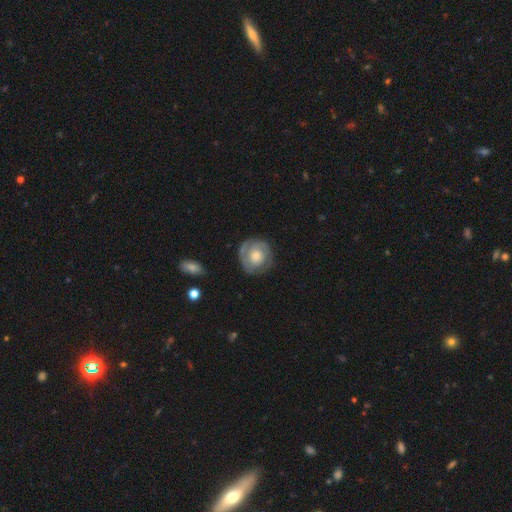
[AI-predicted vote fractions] Q: Smooth or featured?
A: featured or disk (58%); runner-up: smooth (36%)
Q: Edge-on disk?
A: no (97%); runner-up: yes (3%)
Q: Bar?
A: no (81%); runner-up: weak (16%)
Q: Spiral arms?
A: yes (73%); runner-up: no (27%)
Q: Bulge size?
A: moderate (41%); runner-up: large (33%)
Q: Merging?
A: none (75%); runner-up: minor disturbance (16%)